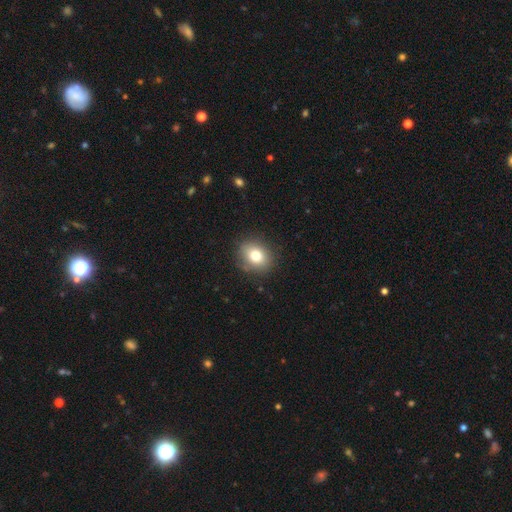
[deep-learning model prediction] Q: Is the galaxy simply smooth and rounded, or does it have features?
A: smooth — 78%.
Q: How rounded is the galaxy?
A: round — 60%.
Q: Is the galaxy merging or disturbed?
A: none — 84%.